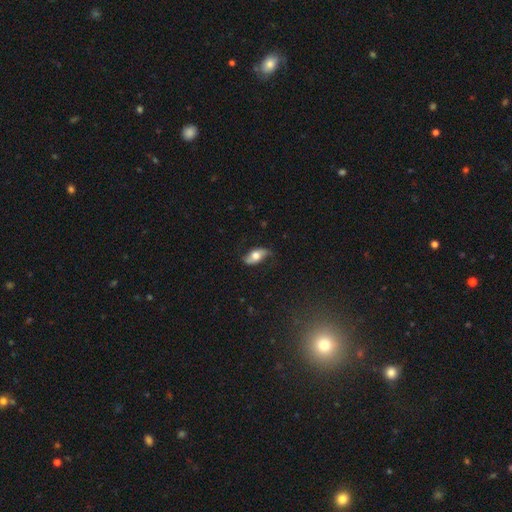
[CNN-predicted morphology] A featured or disk galaxy (50%).

Vote fractions:
- Smooth or featured? featured or disk: 50% / smooth: 43% / star or artifact: 7%
- Merging? none: 73% / minor disturbance: 20% / major disturbance: 6% / merger: 1%